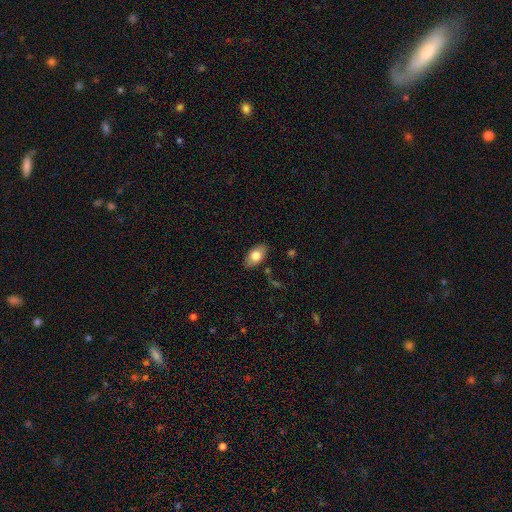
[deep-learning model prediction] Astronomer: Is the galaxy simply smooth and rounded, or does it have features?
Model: smooth — 77%.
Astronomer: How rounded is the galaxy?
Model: in between — 92%.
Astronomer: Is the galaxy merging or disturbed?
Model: none — 84%.